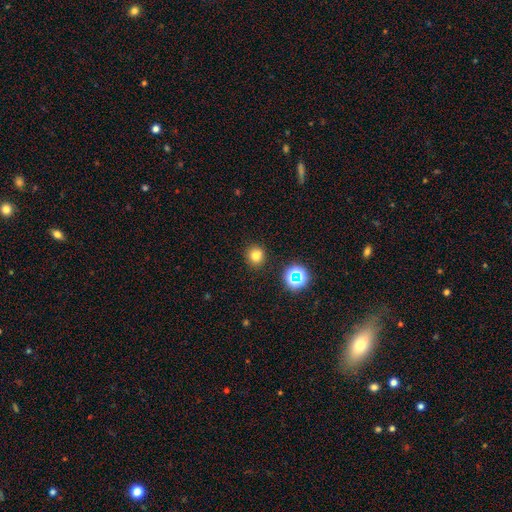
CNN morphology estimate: This is likely a smooth galaxy (75%). How rounded: clearly round (87%). Merging: clearly none (88%).